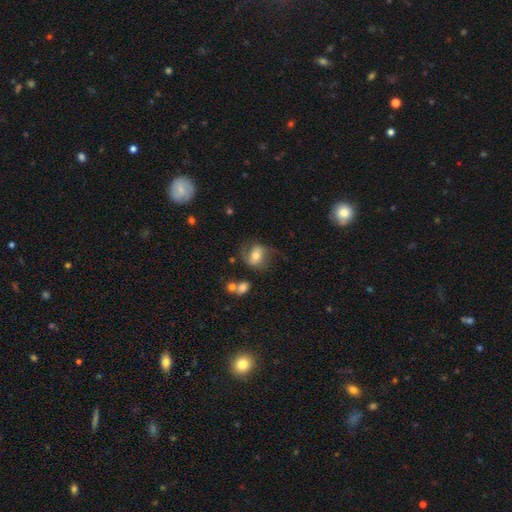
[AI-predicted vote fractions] This appears to be a featured or disk galaxy (50%). Merging: none (55%).